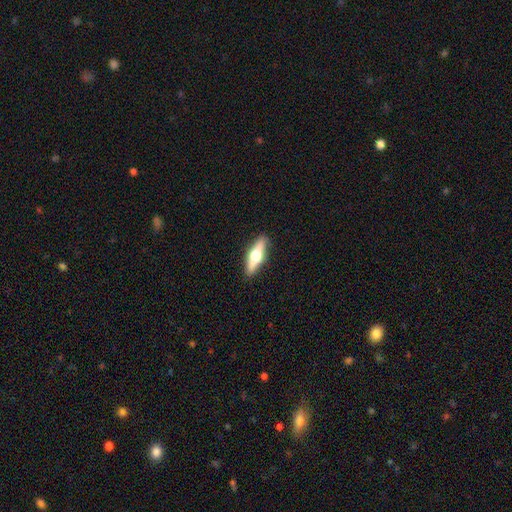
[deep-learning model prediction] smooth_or_featured: featured or disk (p=0.54) [alt: smooth p=0.40]
disk_edge_on: yes (p=0.94) [alt: no p=0.06]
edge_on_bulge: rounded (p=0.95) [alt: boxy p=0.03]
merging: none (p=0.90) [alt: minor disturbance p=0.07]